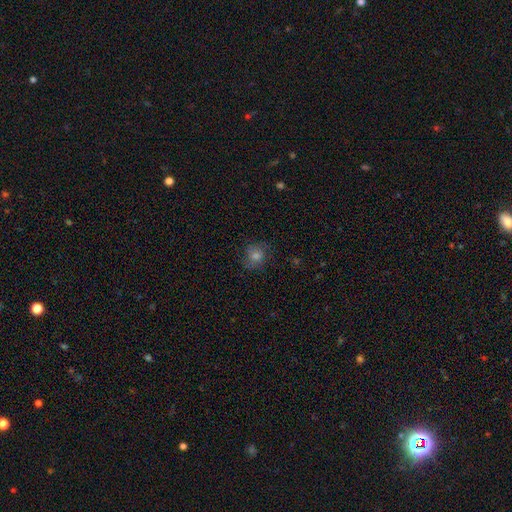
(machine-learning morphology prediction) Smooth or featured? Predicted: smooth (p=0.55). How rounded? Predicted: round (p=0.80). Merging? Predicted: none (p=0.77).